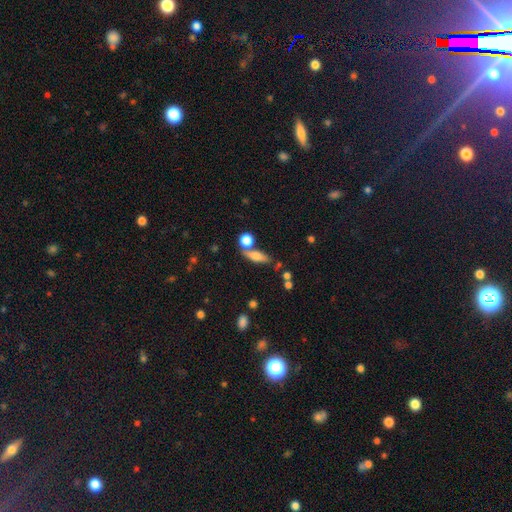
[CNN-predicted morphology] smooth_or_featured: smooth (p=0.62) [alt: featured or disk p=0.28]
how_rounded: in between (p=0.49) [alt: cigar-shaped p=0.43]
merging: none (p=0.61) [alt: merger p=0.20]